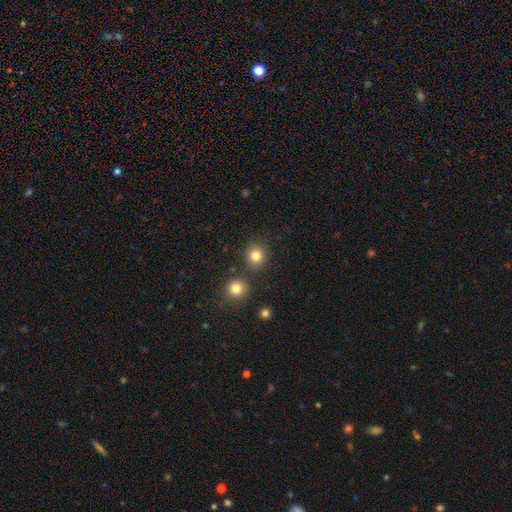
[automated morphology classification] smooth_or_featured: smooth (p=0.81) [alt: star or artifact p=0.13]
how_rounded: round (p=0.88) [alt: in between p=0.11]
merging: none (p=0.86) [alt: minor disturbance p=0.07]